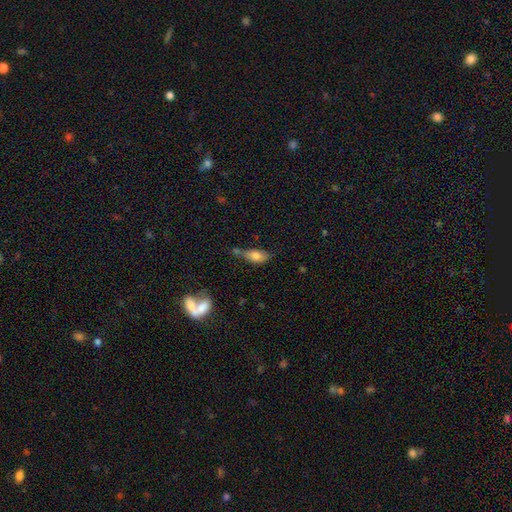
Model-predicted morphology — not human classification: Smooth or featured? Predicted: smooth (p=0.75). How rounded? Predicted: in between (p=0.84). Merging? Predicted: none (p=0.41).